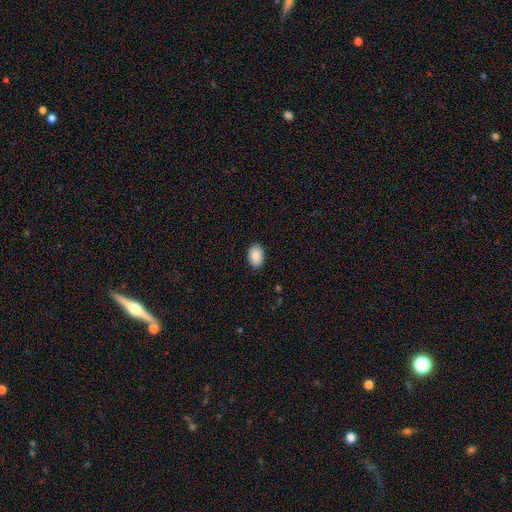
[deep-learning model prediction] smooth 90%, star or artifact 7%, featured or disk 3%. Down the decision tree: how rounded — in between (89%); merging — none (88%).